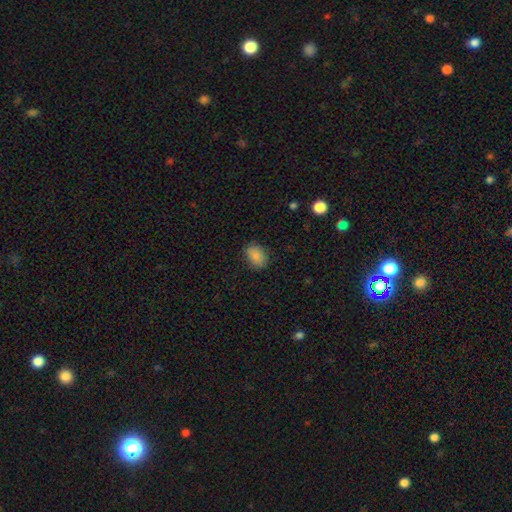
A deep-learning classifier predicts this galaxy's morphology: Overall: smooth (86%). How rounded: in between (75%). Merging: none (83%).